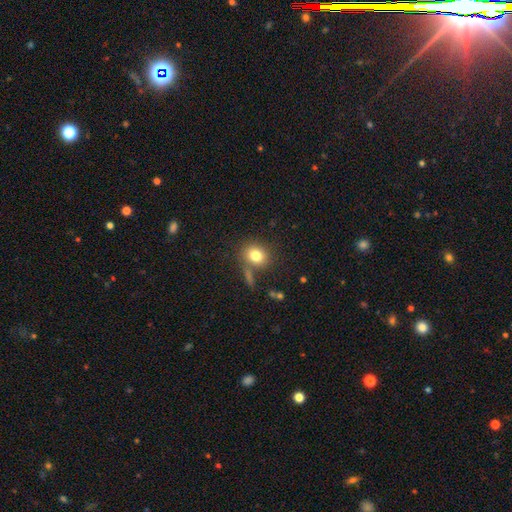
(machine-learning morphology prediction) Overall: smooth (80%). How rounded: round (65%; in between 34%). Merging: none (70%).